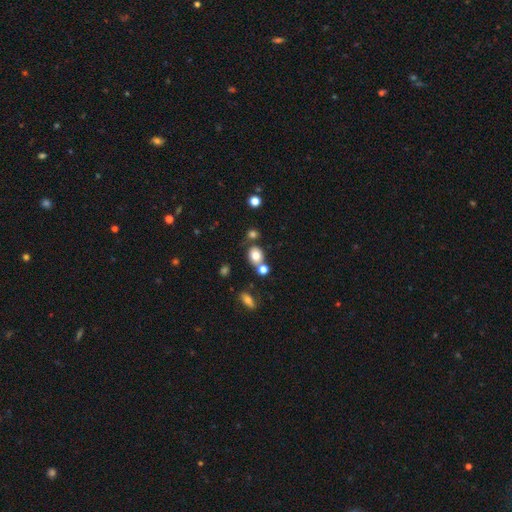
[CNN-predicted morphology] This is likely a smooth galaxy (78%). How rounded: possibly round (52%). Merging: likely none (63%).